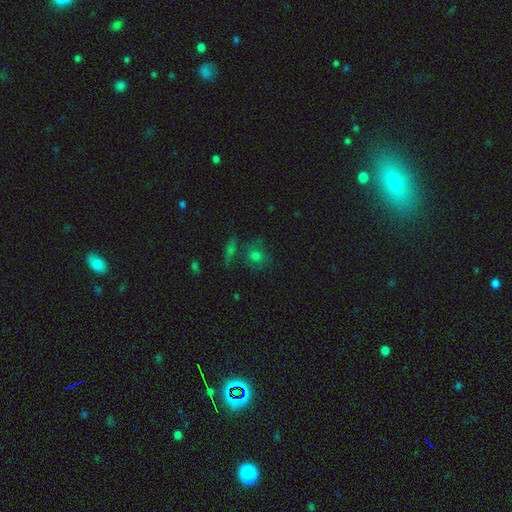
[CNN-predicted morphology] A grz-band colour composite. It shows a smooth galaxy with no disk features (56%) that is round (82%). Merging: none (67%).